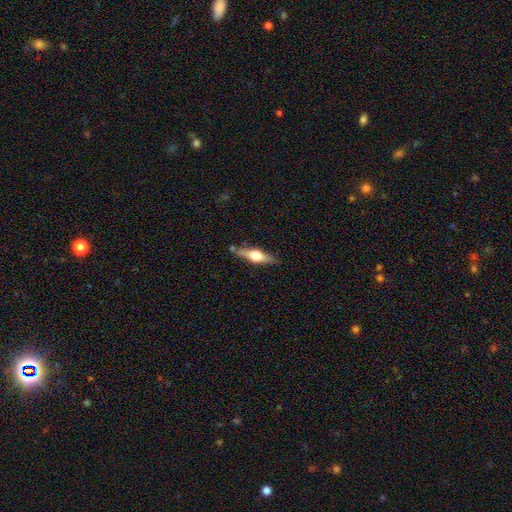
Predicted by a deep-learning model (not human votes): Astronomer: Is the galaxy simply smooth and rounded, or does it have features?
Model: featured or disk — 61%.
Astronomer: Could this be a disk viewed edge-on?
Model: yes — 95%.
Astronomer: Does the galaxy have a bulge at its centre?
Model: rounded — 94%.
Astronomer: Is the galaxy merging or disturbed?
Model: none — 80%.